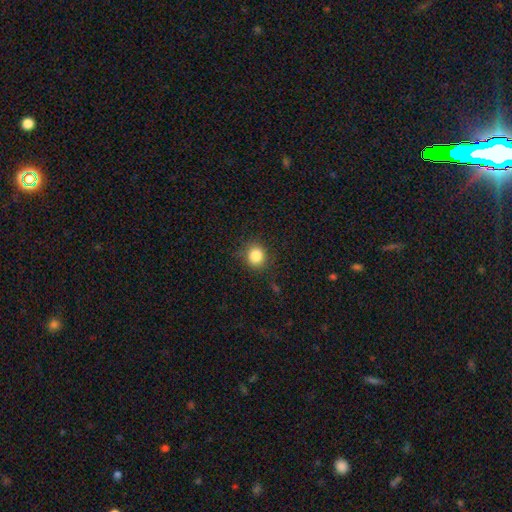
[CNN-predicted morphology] smooth_or_featured: smooth (p=0.84) [alt: star or artifact p=0.11]
how_rounded: round (p=0.85) [alt: in between p=0.14]
merging: none (p=0.84) [alt: minor disturbance p=0.11]